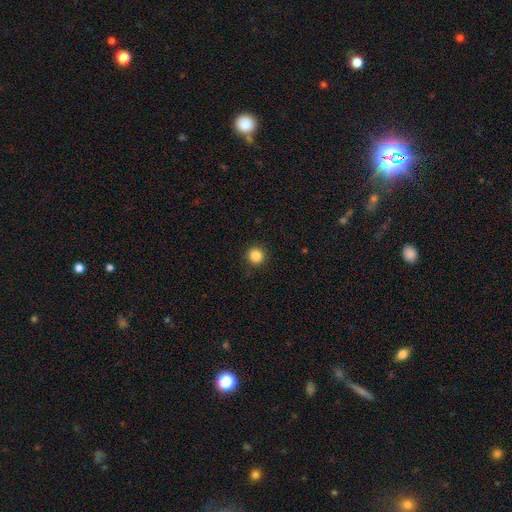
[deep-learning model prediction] This is clearly a smooth galaxy (85%). How rounded: clearly round (95%). Merging: clearly none (92%).